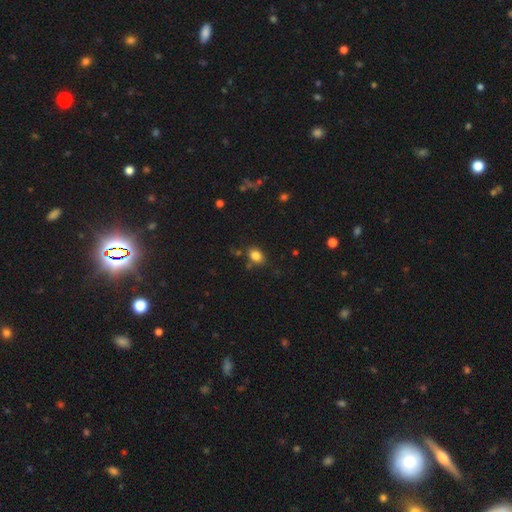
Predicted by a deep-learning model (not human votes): This appears to be a smooth galaxy with no disk features (83%) that is in between round and cigar-shaped (69%). Merging: none (80%).